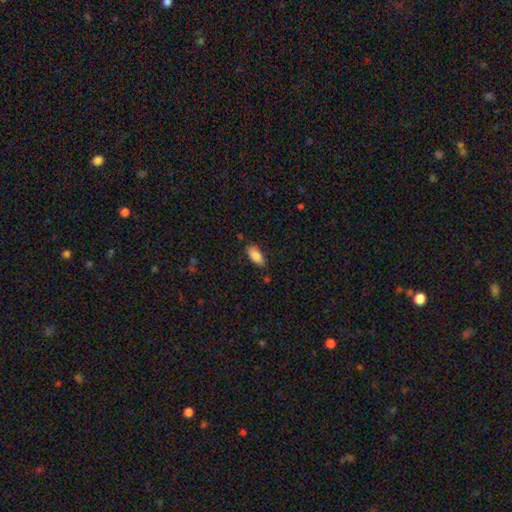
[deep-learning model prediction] The model was most divided on "merging": none: 80%, minor disturbance: 15%, major disturbance: 3%, merger: 2%. More confident: how rounded — in between (87%); smooth or featured — smooth (86%).